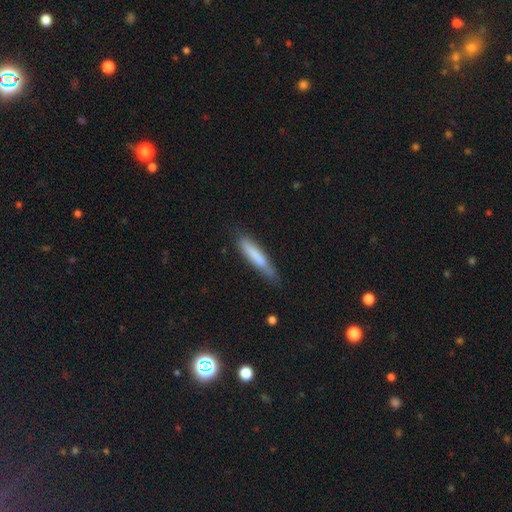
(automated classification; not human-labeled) Smooth or featured? Predicted: smooth (p=0.72). How rounded? Predicted: cigar-shaped (p=0.87). Merging? Predicted: none (p=0.67).